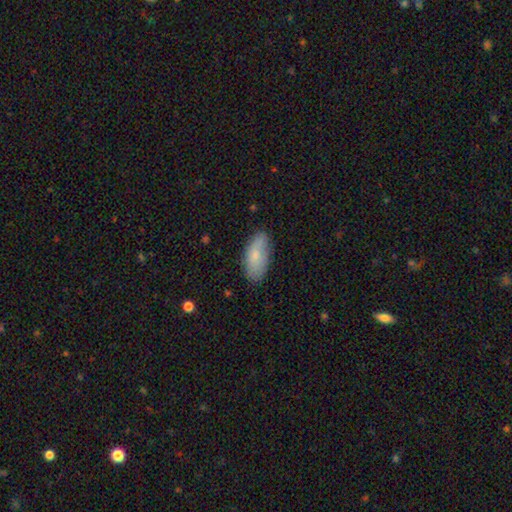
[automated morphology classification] smooth 78%, featured or disk 16%, star or artifact 6%. Down the decision tree: how rounded — in between (91%); merging — none (78%).